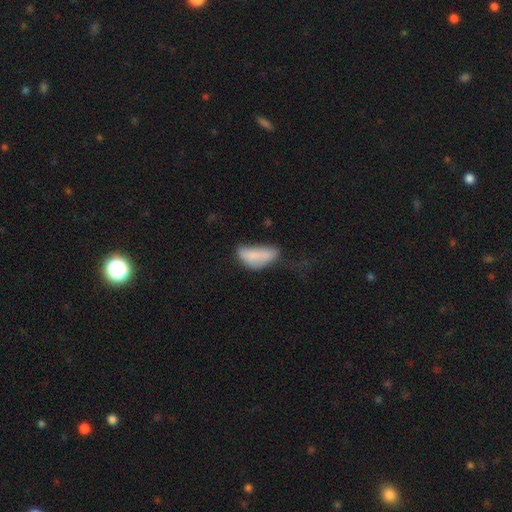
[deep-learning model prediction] The model was most divided on "merging": major disturbance: 34%, minor disturbance: 31%, none: 25%, merger: 10%. More confident: how rounded — in between (81%); smooth or featured — smooth (75%).